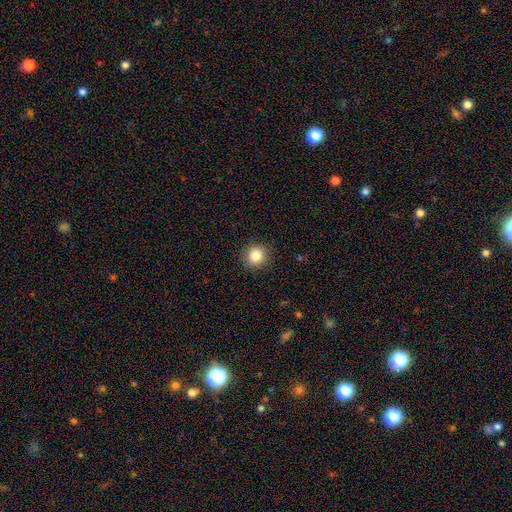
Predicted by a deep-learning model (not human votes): Smooth or featured?
  - smooth: 84% *
  - star or artifact: 11%
  - featured or disk: 5%
How rounded?
  - round: 92% *
  - in between: 7%
  - cigar-shaped: 1%
Merging?
  - none: 91% *
  - minor disturbance: 6%
  - major disturbance: 2%
  - merger: 1%